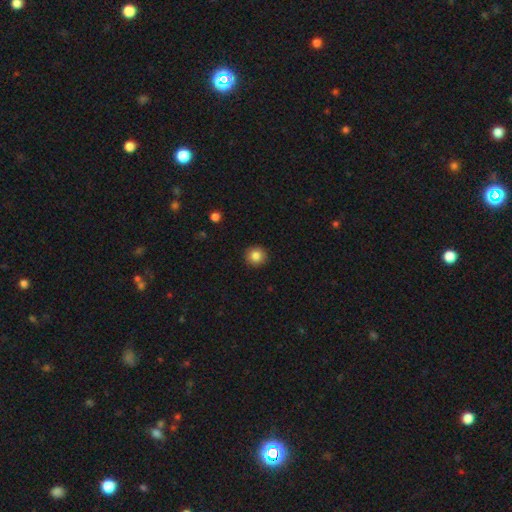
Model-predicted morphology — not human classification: This appears to be a smooth galaxy with no disk features (85%) that is round (93%). Merging: none (92%).